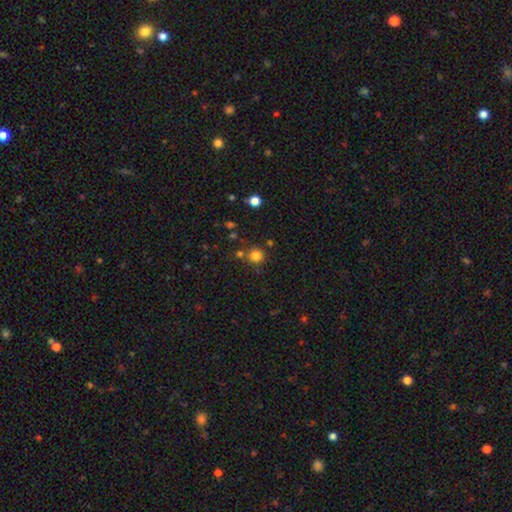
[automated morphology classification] Smooth or featured? Predicted: smooth (p=0.80). How rounded? Predicted: round (p=0.92). Merging? Predicted: none (p=0.77).